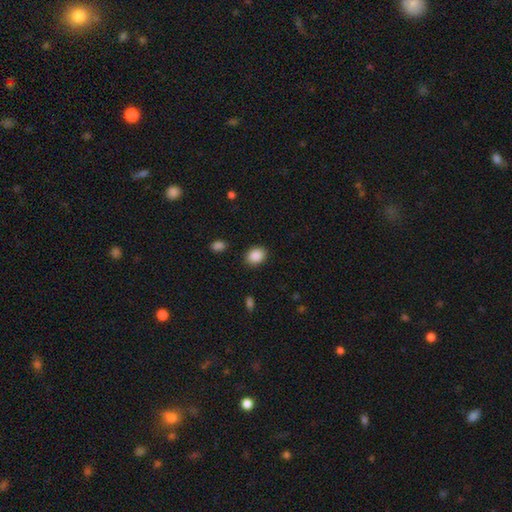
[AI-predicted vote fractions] This appears to be a smooth galaxy with no disk features (89%) that is in between round and cigar-shaped (54%). Merging: none (87%).